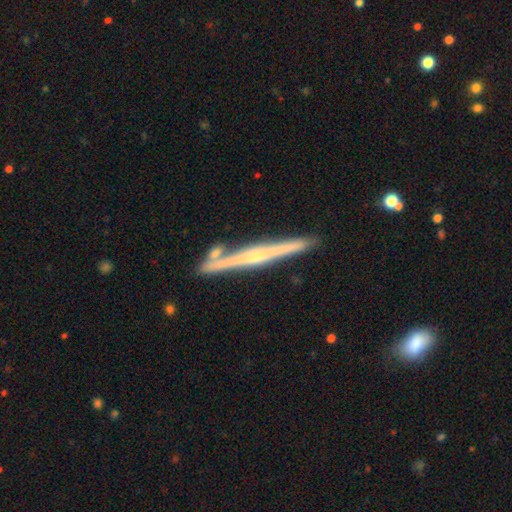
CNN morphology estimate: The model was most divided on "edge-on bulge": rounded: 60%, none: 31%, boxy: 9%. More confident: edge-on disk — yes (98%); merging — none (83%); smooth or featured — featured or disk (76%).